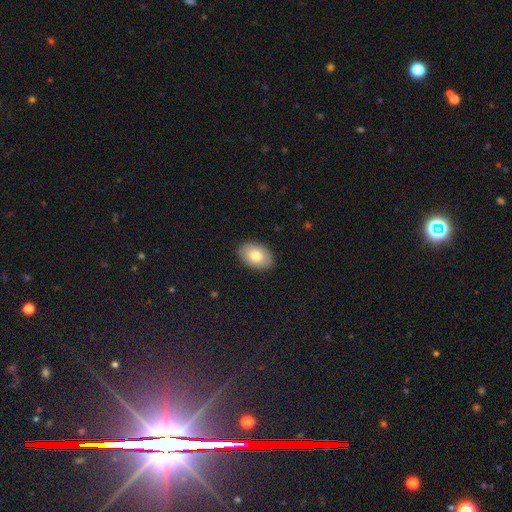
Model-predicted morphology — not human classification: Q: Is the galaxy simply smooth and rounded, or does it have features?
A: smooth — 80%.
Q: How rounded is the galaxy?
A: in between — 87%.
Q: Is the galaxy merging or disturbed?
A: none — 89%.